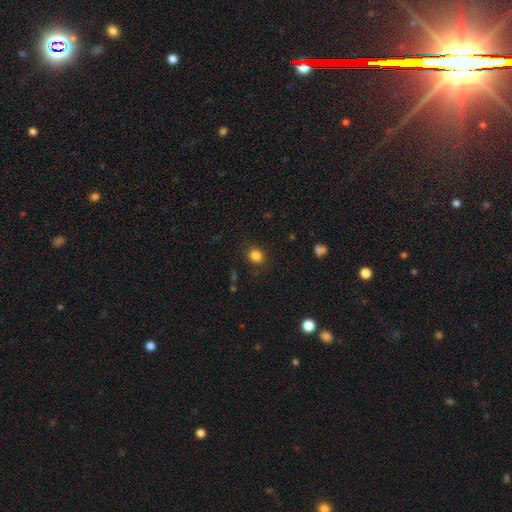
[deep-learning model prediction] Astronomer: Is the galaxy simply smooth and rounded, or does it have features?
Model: smooth — 84%.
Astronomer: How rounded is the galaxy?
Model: round — 82%.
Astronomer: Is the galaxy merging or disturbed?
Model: none — 88%.